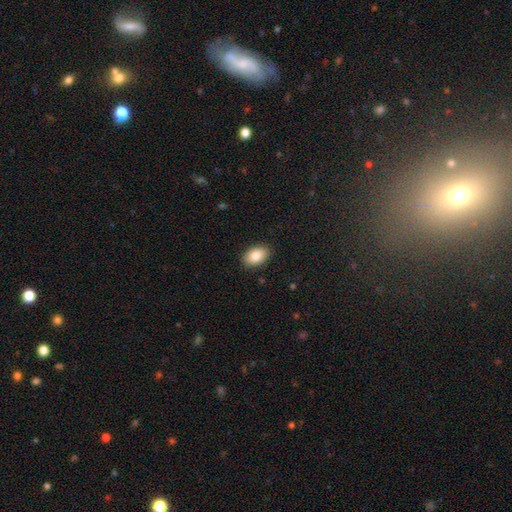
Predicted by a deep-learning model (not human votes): A smooth galaxy with no disk features (86%) that is in between round and cigar-shaped (89%). Merging: none (89%).